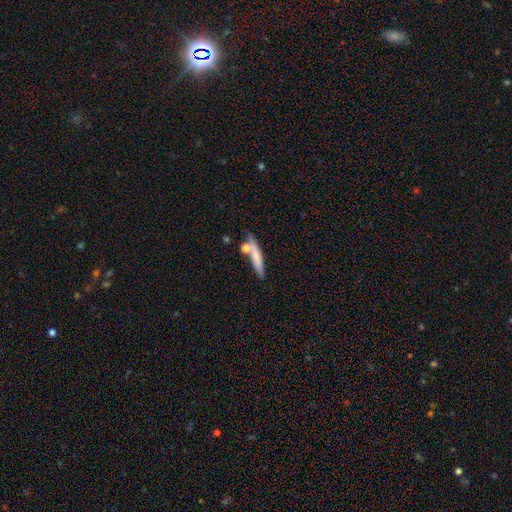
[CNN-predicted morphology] This is likely a smooth galaxy (69%). How rounded: clearly cigar-shaped (82%). Merging: likely none (65%).